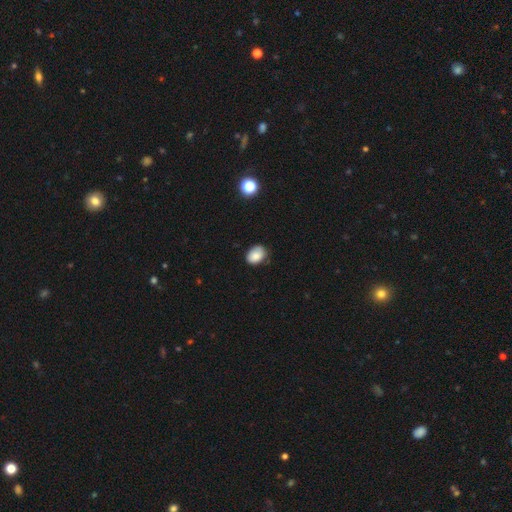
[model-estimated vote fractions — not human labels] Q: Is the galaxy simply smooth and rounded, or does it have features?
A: smooth — 84%.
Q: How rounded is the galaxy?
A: in between — 71%.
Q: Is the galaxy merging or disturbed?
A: none — 74%.